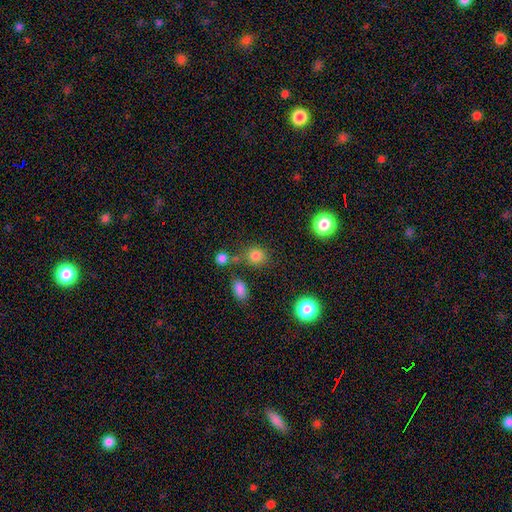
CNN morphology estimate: Smooth or featured? smooth (80%)
How rounded? round (79%)
Merging? none (67%)